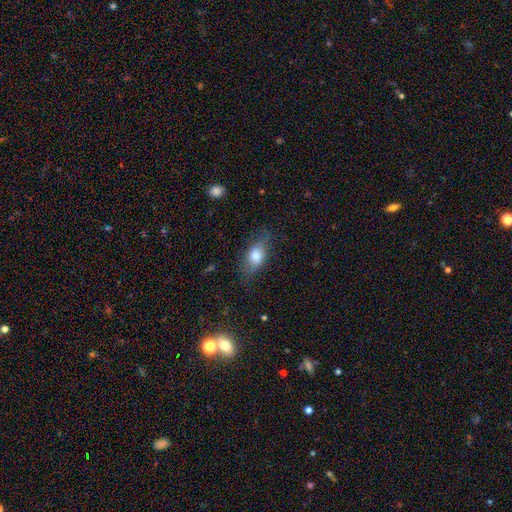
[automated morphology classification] Q: Smooth or featured?
A: smooth (70%); runner-up: featured or disk (22%)
Q: How rounded?
A: in between (81%); runner-up: cigar-shaped (10%)
Q: Merging?
A: none (68%); runner-up: minor disturbance (23%)